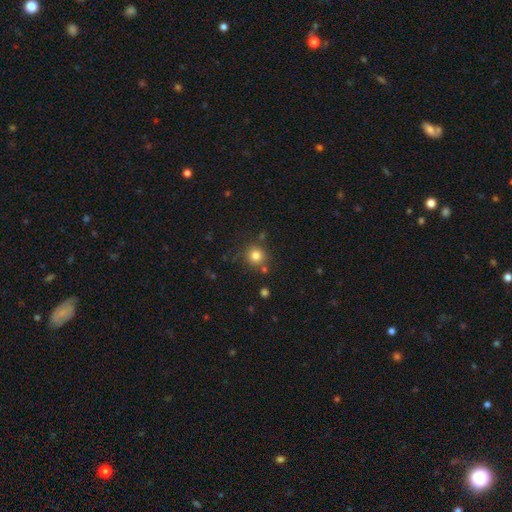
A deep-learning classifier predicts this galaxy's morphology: smooth_or_featured: smooth (p=0.81) [alt: star or artifact p=0.13]
how_rounded: round (p=0.92) [alt: in between p=0.07]
merging: none (p=0.80) [alt: minor disturbance p=0.10]